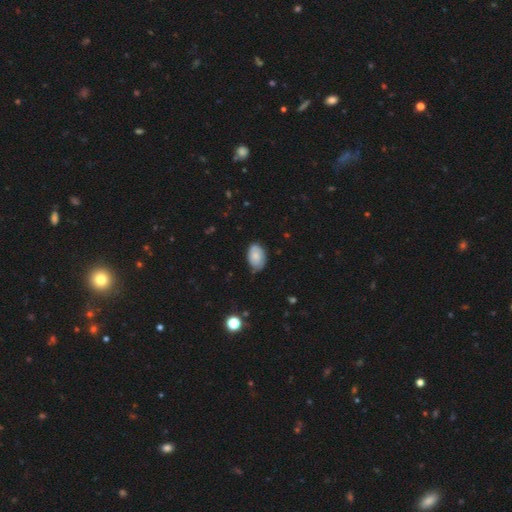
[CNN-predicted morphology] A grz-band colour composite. It shows a smooth galaxy with no disk features (70%) that is in between round and cigar-shaped (89%). Merging: none (69%).